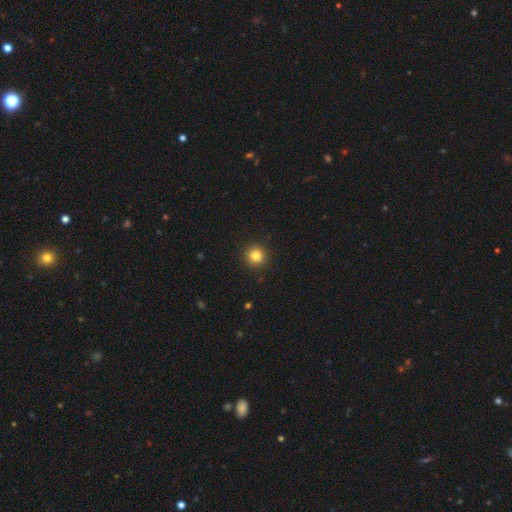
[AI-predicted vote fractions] Smooth or featured? Predicted: smooth (p=0.83). How rounded? Predicted: round (p=0.94). Merging? Predicted: none (p=0.92).